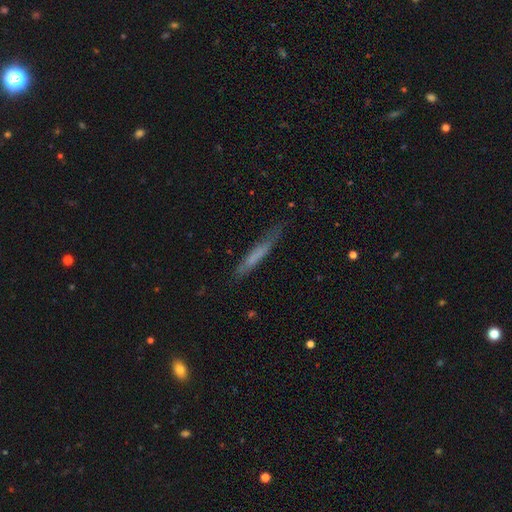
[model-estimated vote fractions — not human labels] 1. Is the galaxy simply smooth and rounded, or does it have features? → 58% smooth, 34% featured or disk, 8% star or artifact.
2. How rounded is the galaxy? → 94% cigar-shaped, 4% in between, 1% round.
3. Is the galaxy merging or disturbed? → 75% none, 19% minor disturbance, 5% major disturbance, 2% merger.